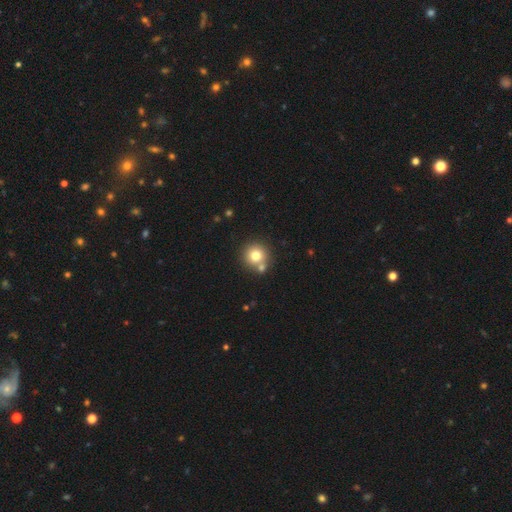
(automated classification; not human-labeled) This appears to be a smooth galaxy with no disk features (76%) that is round (93%). Merging: none (66%).